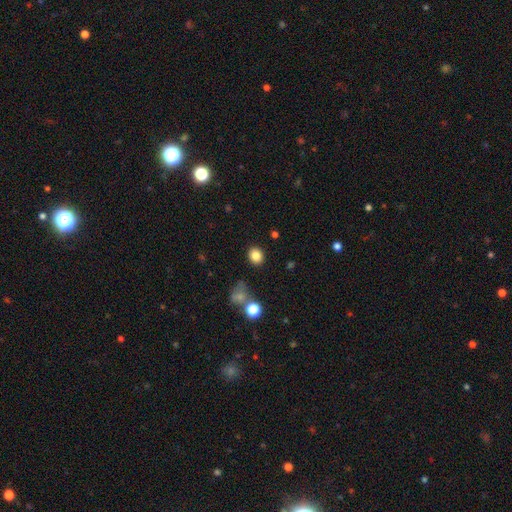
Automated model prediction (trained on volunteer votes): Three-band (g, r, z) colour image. It shows a smooth galaxy with no disk features (83%) that is round (69%). Merging: none (86%).